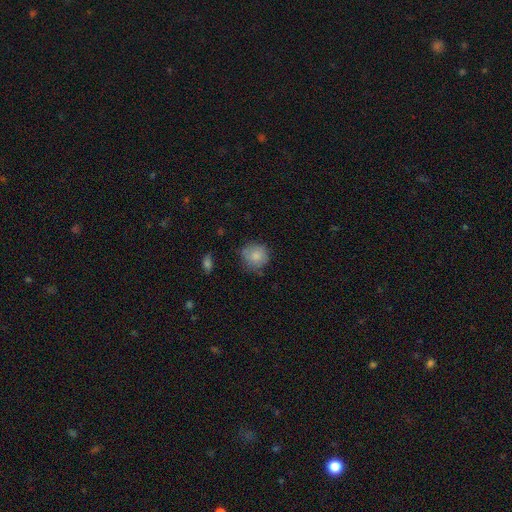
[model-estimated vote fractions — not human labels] Smooth or featured? Predicted: smooth (p=0.82). How rounded? Predicted: round (p=0.89). Merging? Predicted: none (p=0.70).